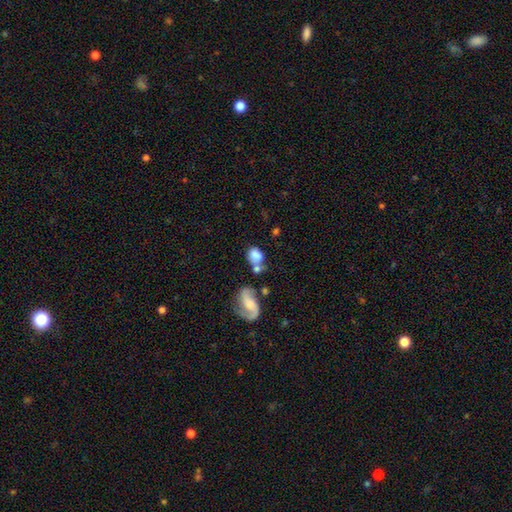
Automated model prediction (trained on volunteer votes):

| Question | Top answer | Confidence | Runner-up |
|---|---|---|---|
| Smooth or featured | smooth | 70% | featured or disk (21%) |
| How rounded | in between | 62% | round (36%) |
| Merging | none | 40% | merger (30%) |